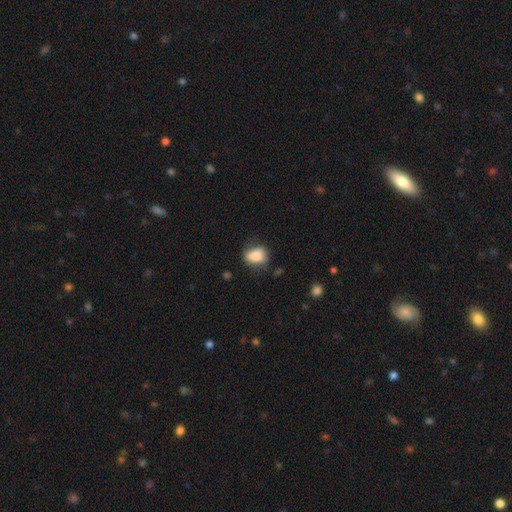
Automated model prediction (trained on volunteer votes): Morphology: type=smooth (83%); roundness=in between (65%); merging=none (60%).